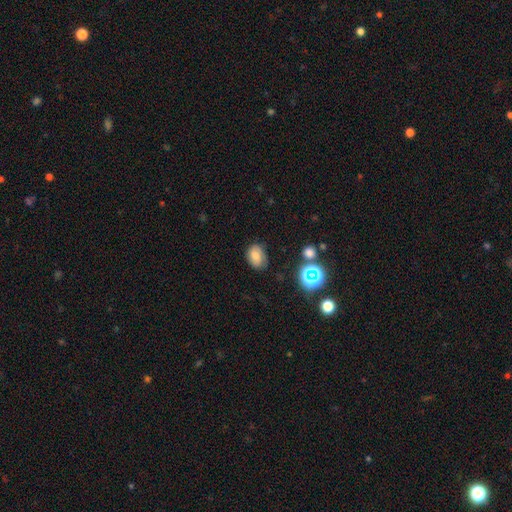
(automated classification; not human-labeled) This is likely a smooth galaxy (64%). How rounded: likely in between (74%). Merging: likely none (66%).